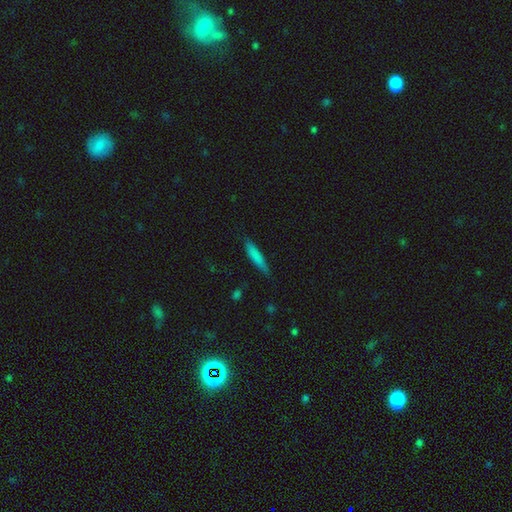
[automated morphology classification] Smooth or featured? Predicted: smooth (p=0.78). How rounded? Predicted: cigar-shaped (p=0.86). Merging? Predicted: none (p=0.81).